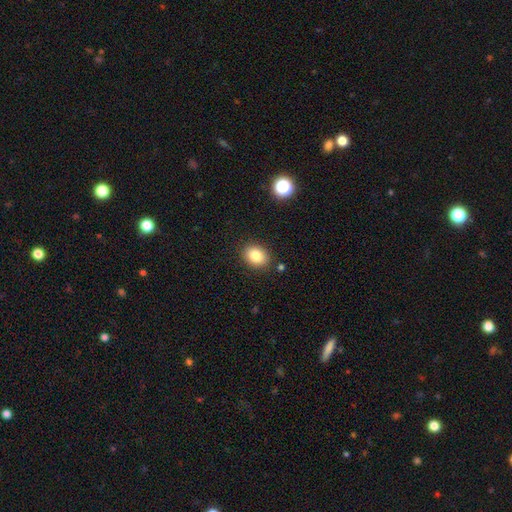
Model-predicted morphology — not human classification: This appears to be a smooth galaxy with no disk features (84%) that is in between round and cigar-shaped (61%). Merging: none (86%).